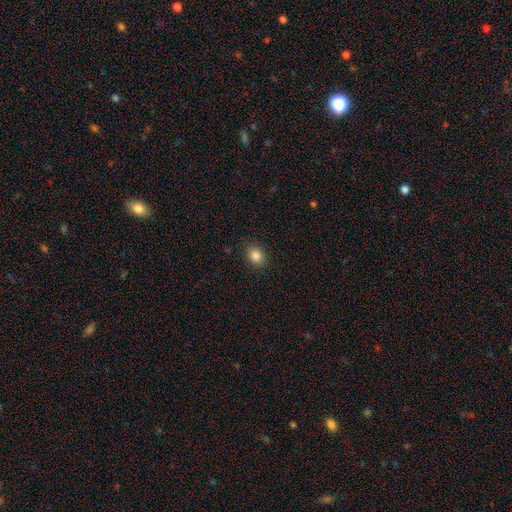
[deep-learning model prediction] A smooth galaxy with no disk features (84%) that is round (51%).

Vote fractions:
- Smooth or featured? smooth: 84% / star or artifact: 11% / featured or disk: 5%
- How rounded? round: 51% / in between: 48% / cigar-shaped: 1%
- Merging? none: 87% / minor disturbance: 9% / major disturbance: 2% / merger: 1%